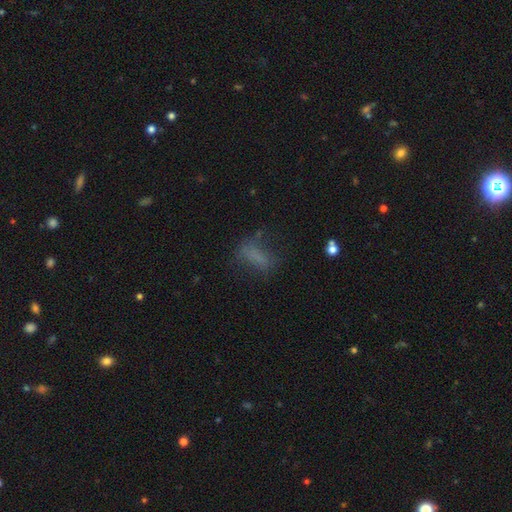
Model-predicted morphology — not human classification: This is likely a smooth galaxy (64%). How rounded: likely in between (65%). Merging: possibly none (55%).